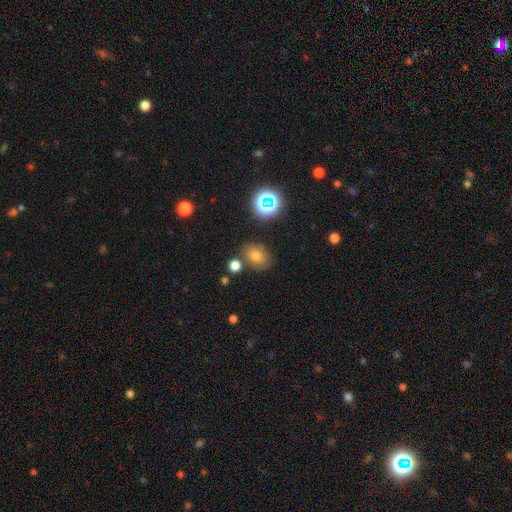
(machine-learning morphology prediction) smooth_or_featured: smooth (p=0.71) [alt: star or artifact p=0.18]
how_rounded: in between (p=0.54) [alt: round p=0.45]
merging: none (p=0.75) [alt: minor disturbance p=0.14]